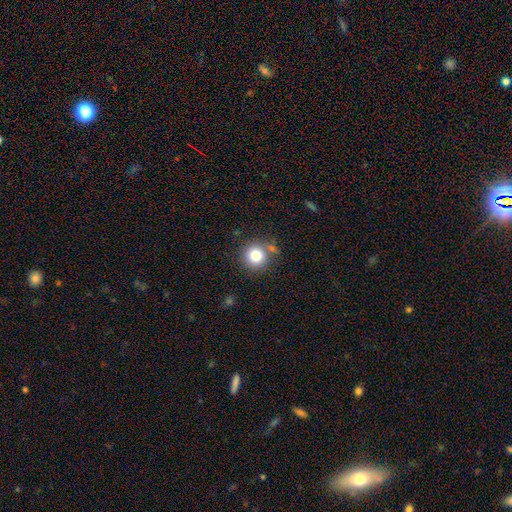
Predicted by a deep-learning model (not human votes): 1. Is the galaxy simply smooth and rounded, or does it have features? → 81% smooth, 11% star or artifact, 8% featured or disk.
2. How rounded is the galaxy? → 93% round, 6% in between, 1% cigar-shaped.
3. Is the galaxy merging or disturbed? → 77% none, 11% minor disturbance, 8% merger, 4% major disturbance.